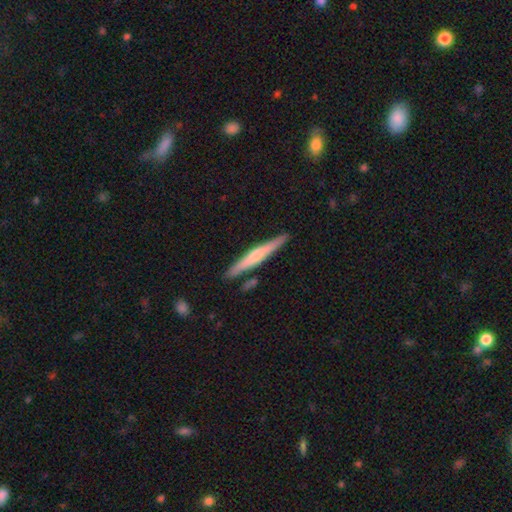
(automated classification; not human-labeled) This appears to be a featured or disk galaxy (50%) viewed edge-on (97%). Merging: none (86%).